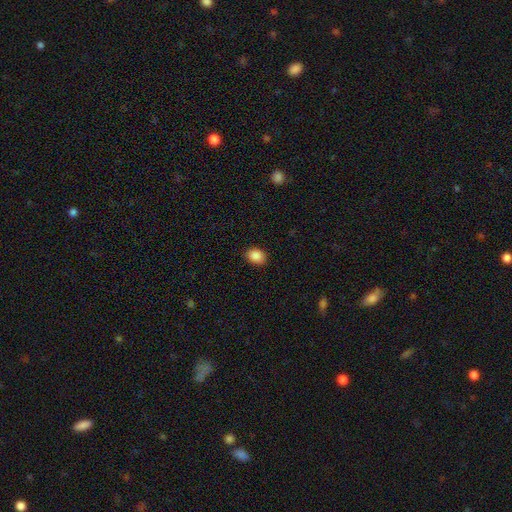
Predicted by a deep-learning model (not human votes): Q: Smooth or featured?
A: smooth (88%); runner-up: star or artifact (8%)
Q: How rounded?
A: in between (68%); runner-up: round (31%)
Q: Merging?
A: none (88%); runner-up: minor disturbance (9%)